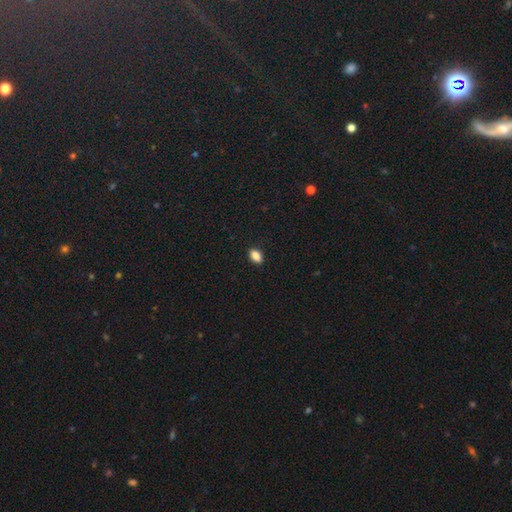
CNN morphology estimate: Q: Smooth or featured?
A: smooth (86%); runner-up: star or artifact (9%)
Q: How rounded?
A: in between (88%); runner-up: round (9%)
Q: Merging?
A: none (89%); runner-up: minor disturbance (8%)